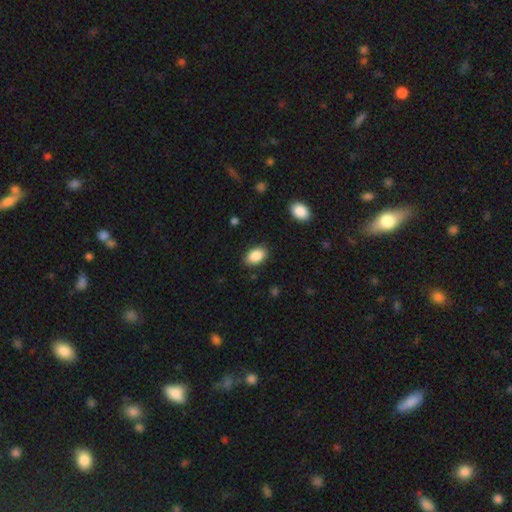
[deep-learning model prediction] smooth_or_featured: smooth (p=0.88) [alt: star or artifact p=0.07]
how_rounded: in between (p=0.90) [alt: round p=0.08]
merging: none (p=0.86) [alt: minor disturbance p=0.10]